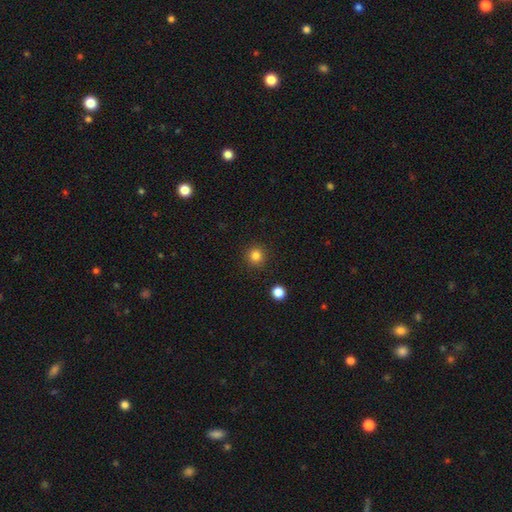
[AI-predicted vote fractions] Smooth or featured? Predicted: smooth (p=0.83). How rounded? Predicted: round (p=0.94). Merging? Predicted: none (p=0.91).